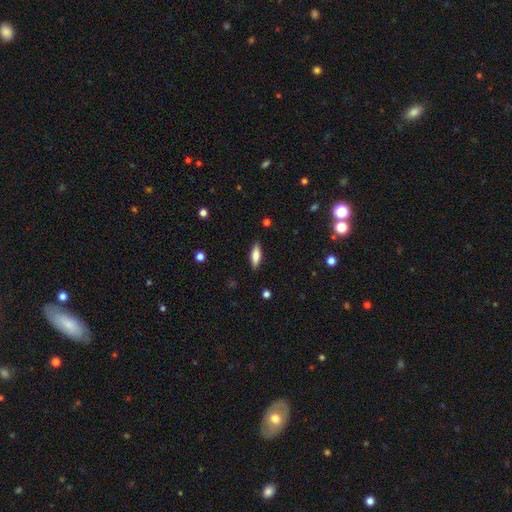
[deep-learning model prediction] The model was most divided on "how rounded": in between: 53%, cigar-shaped: 45%, round: 2%. More confident: merging — none (87%); smooth or featured — smooth (79%).